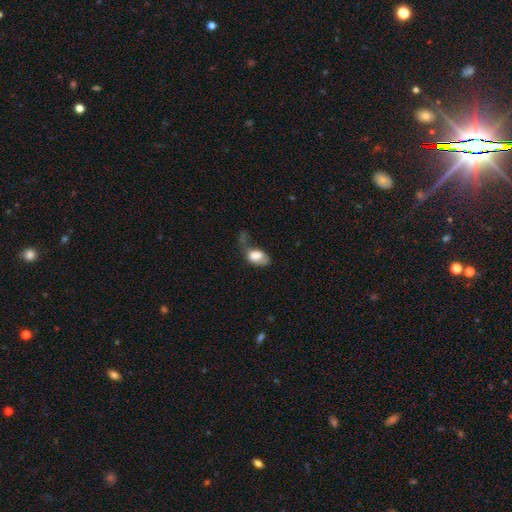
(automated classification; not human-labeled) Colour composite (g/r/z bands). It shows a smooth galaxy with no disk features (75%) that is in between round and cigar-shaped (88%). Merging: major disturbance (45%).